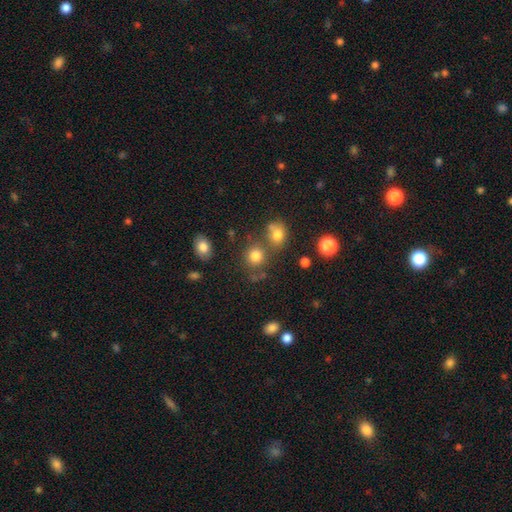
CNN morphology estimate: A smooth galaxy with no disk features (79%) that is round (85%). Merging: none (67%).